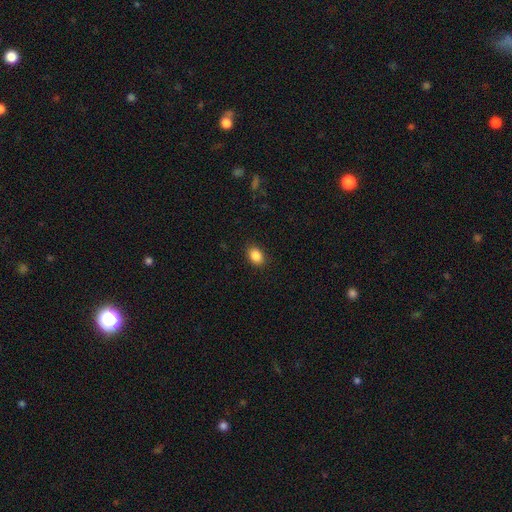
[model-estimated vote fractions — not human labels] smooth 87%, star or artifact 9%, featured or disk 4%. Down the decision tree: how rounded — in between (72%); merging — none (89%).